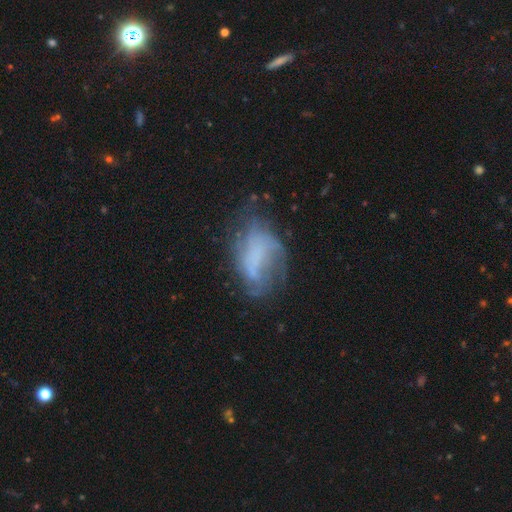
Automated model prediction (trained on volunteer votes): This is possibly a featured or disk galaxy (53%). It is clearly not viewed edge-on (96%). Bar: likely no (69%). Spiral arm pattern: possibly no (54%). Central bulge: likely none (69%). Merging: marginally none (40%).